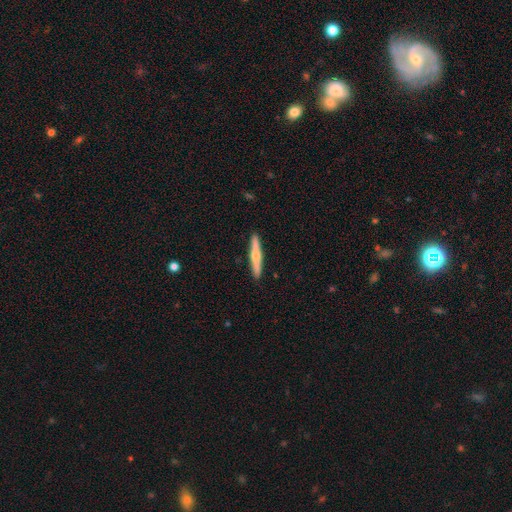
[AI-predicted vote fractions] smooth_or_featured: featured or disk (p=0.49) [alt: smooth p=0.46]
merging: none (p=0.91) [alt: minor disturbance p=0.06]